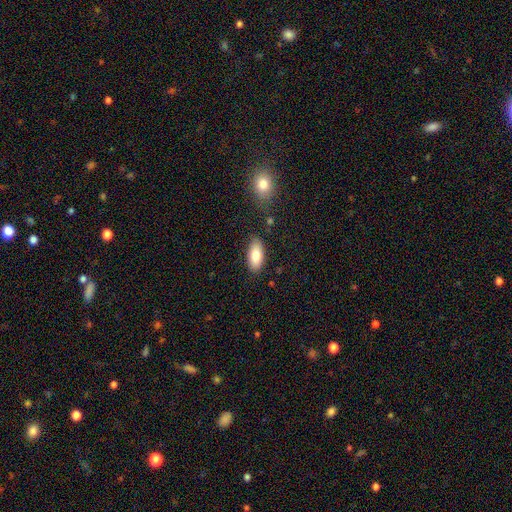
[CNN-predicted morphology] A smooth galaxy with no disk features (81%) that is in between round and cigar-shaped (87%). Merging: none (84%).